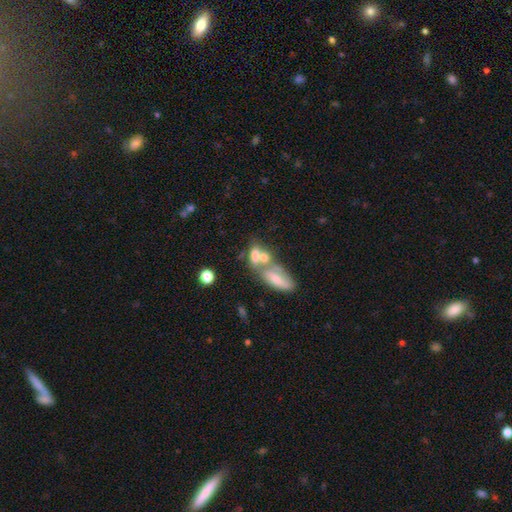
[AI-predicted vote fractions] A smooth galaxy with no disk features (63%) that is in between round and cigar-shaped (76%). Merging: merger (62%).